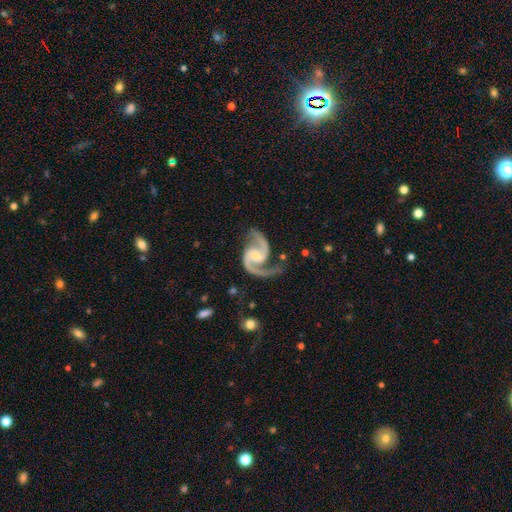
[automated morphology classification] Smooth or featured? featured or disk (95%)
Edge-on disk? no (98%)
Bar? no (50%)
Spiral arms? yes (99%)
Spiral winding? medium (64%)
Spiral arm count? 2 (94%)
Bulge size? small (58%)
Merging? none (73%)